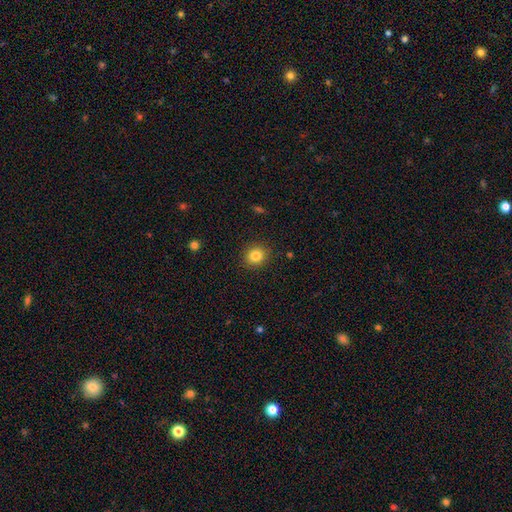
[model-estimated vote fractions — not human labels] This appears to be a smooth galaxy with no disk features (83%) that is round (79%). Merging: none (89%).